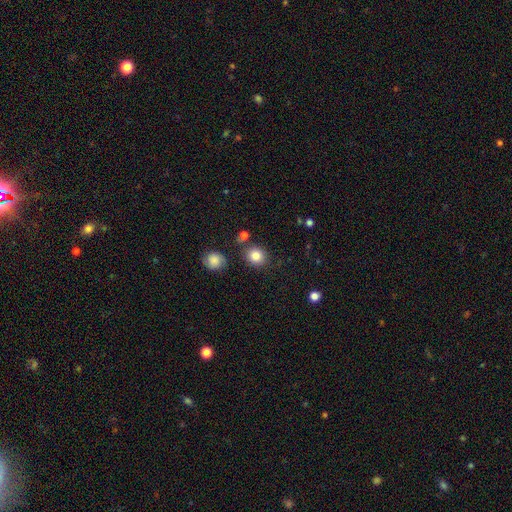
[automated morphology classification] Smooth or featured?
  - smooth: 84% *
  - star or artifact: 10%
  - featured or disk: 6%
How rounded?
  - round: 77% *
  - in between: 22%
  - cigar-shaped: 1%
Merging?
  - none: 80% *
  - minor disturbance: 11%
  - merger: 6%
  - major disturbance: 3%